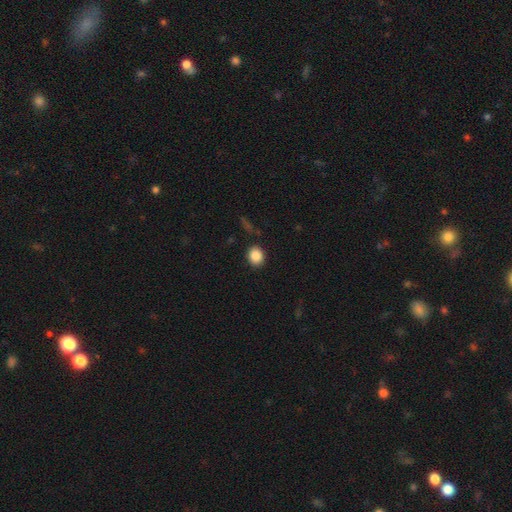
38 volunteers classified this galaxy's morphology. type=smooth (95%); roundness=round (69%); merging=none (89%).